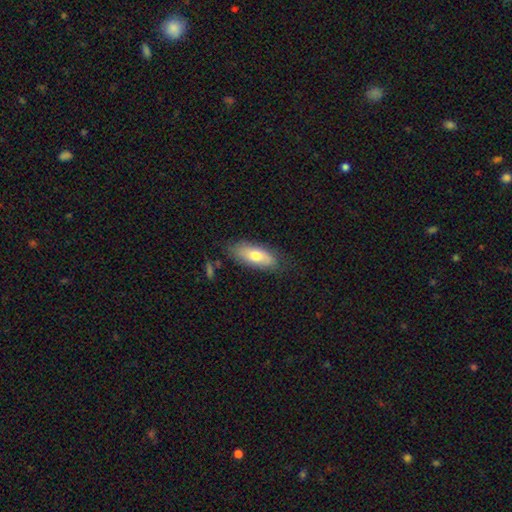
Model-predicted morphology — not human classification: Smooth or featured?
  - smooth: 71% *
  - featured or disk: 22%
  - star or artifact: 7%
How rounded?
  - in between: 79% *
  - cigar-shaped: 19%
  - round: 3%
Merging?
  - none: 75% *
  - minor disturbance: 18%
  - major disturbance: 4%
  - merger: 2%